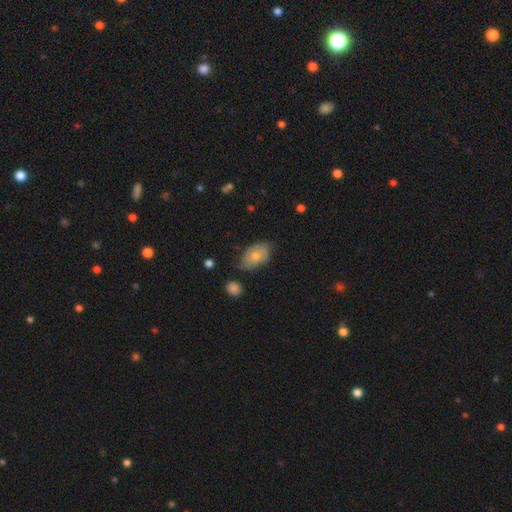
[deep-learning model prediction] Smooth or featured?
  - smooth: 66% *
  - featured or disk: 27%
  - star or artifact: 7%
How rounded?
  - in between: 89% *
  - round: 9%
  - cigar-shaped: 2%
Merging?
  - none: 53% *
  - minor disturbance: 36%
  - major disturbance: 8%
  - merger: 3%